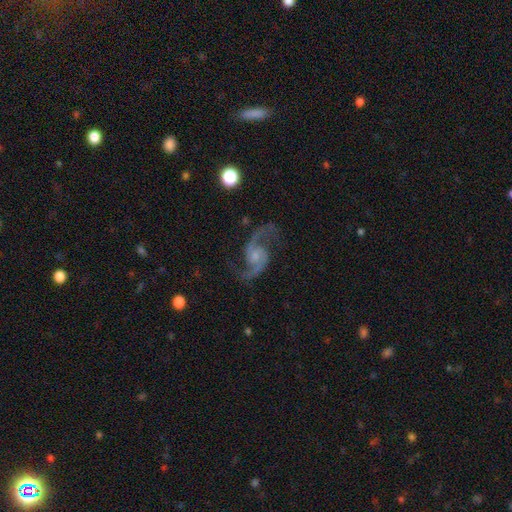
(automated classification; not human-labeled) Smooth or featured: featured or disk — 92% (star or artifact — 5%)
Edge-on disk: no — 98% (yes — 2%)
Bar: no — 63% (weak — 31%)
Spiral arms: yes — 98% (no — 2%)
Spiral winding: loose — 52% (medium — 42%)
Spiral arm count: 2 — 94% (can't tell — 1%)
Bulge size: small — 55% (moderate — 29%)
Merging: none — 78% (minor disturbance — 13%)